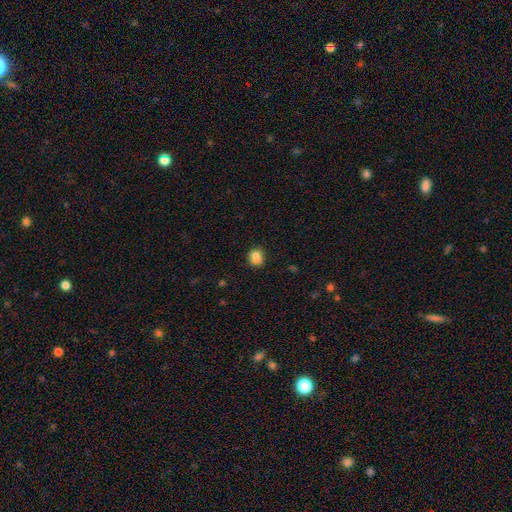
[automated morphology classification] This appears to be a smooth galaxy with no disk features (83%) that is round (66%). Merging: none (78%).